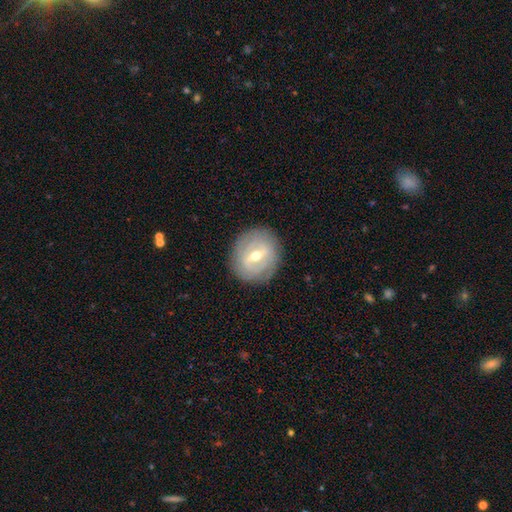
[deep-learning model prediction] Overall: featured or disk (73%). Edge-on disk: no (94%). Bar: weak (45%; strong 43%). Spiral arms: yes (59%; no 41%). Bulge size: moderate (64%; small 31%). Merging: none (84%).